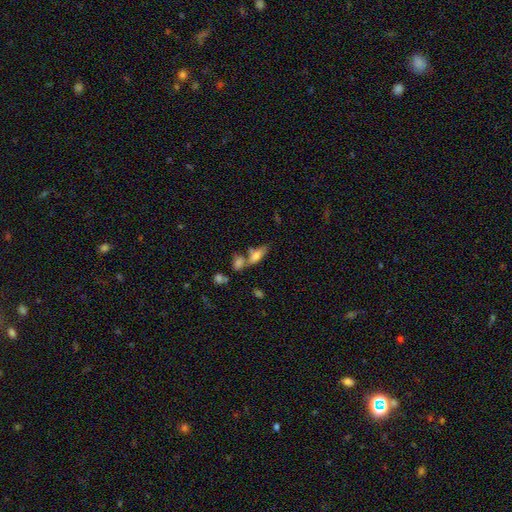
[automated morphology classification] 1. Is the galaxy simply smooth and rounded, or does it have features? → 66% smooth, 23% featured or disk, 10% star or artifact.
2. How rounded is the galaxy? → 66% in between, 30% cigar-shaped, 4% round.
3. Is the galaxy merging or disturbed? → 42% none, 36% merger, 14% minor disturbance, 7% major disturbance.